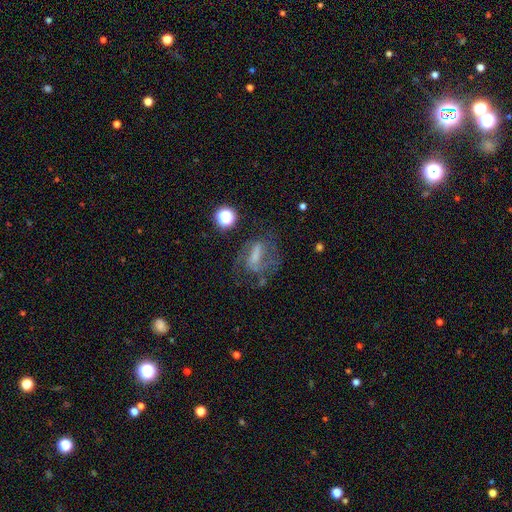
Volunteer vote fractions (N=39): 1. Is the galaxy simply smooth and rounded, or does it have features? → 51% featured or disk, 38% smooth, 10% star or artifact.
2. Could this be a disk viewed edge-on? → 95% no, 5% yes.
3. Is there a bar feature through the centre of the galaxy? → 37% weak (tied), 37% no (tied), 26% strong.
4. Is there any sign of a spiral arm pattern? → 63% no, 37% yes.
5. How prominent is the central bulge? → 47% none, 21% moderate, 21% small, 11% dominant, 0% large.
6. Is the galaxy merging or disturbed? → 46% none, 26% major disturbance, 20% minor disturbance, 9% merger.